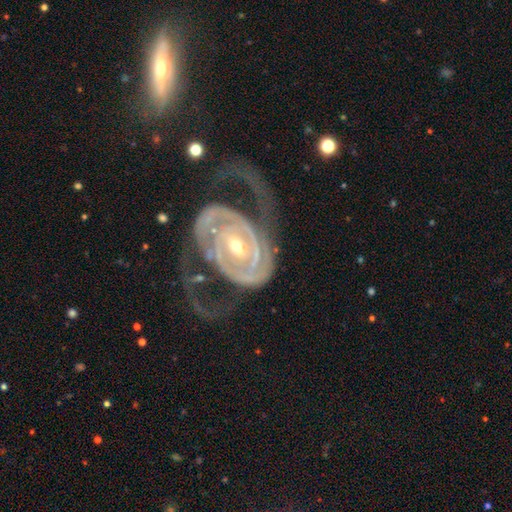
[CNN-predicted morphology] The model was most divided on "bar": no: 38%, weak: 36%, strong: 26%. Remaining: spiral arms — yes (97%); edge-on disk — no (97%); smooth or featured — featured or disk (93%); spiral arm count — 2 (78%); merging — none (50%); bulge size — small (50%); spiral winding — tight (50%).